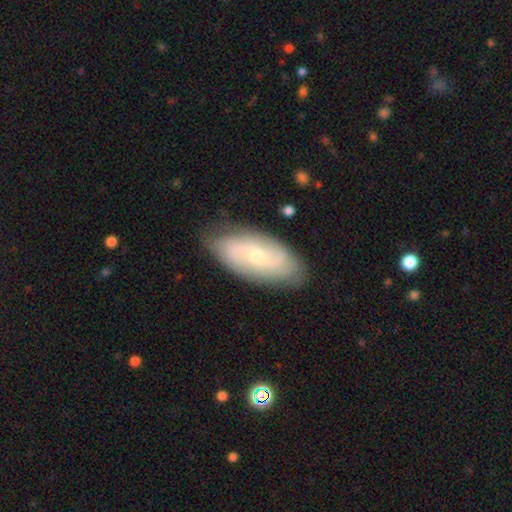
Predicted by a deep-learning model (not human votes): This is likely a featured or disk galaxy (63%). It is clearly not viewed edge-on (91%). Bar: likely no (67%). Spiral arm pattern: clearly yes (82%). Central bulge: likely small (66%). Merging: likely none (80%).